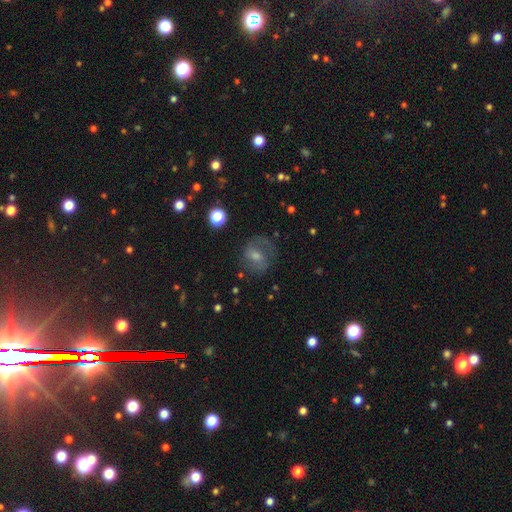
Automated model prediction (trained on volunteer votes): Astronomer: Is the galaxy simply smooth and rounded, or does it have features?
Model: featured or disk — 51% (runner-up: smooth, 32%).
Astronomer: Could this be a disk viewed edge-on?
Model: no — 95%.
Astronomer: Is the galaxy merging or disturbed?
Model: none — 68%.